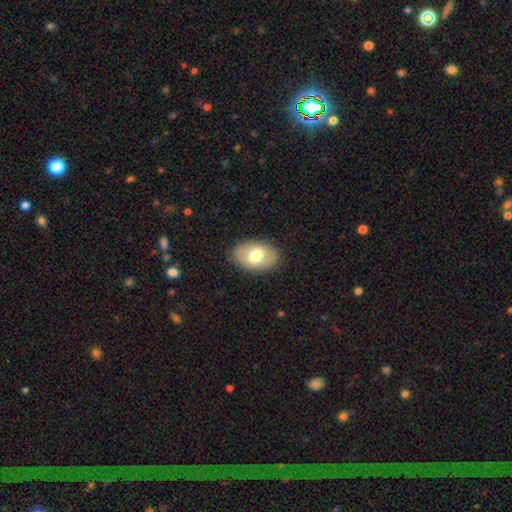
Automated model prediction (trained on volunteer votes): Overall: smooth (69%). How rounded: in between (88%). Merging: none (86%).